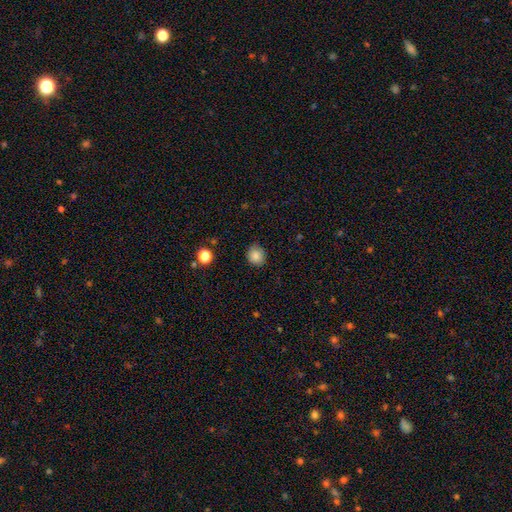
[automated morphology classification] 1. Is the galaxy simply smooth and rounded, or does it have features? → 85% smooth, 10% star or artifact, 5% featured or disk.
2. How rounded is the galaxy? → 75% round, 24% in between, 1% cigar-shaped.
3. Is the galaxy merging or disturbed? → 81% none, 15% minor disturbance, 3% major disturbance, 1% merger.